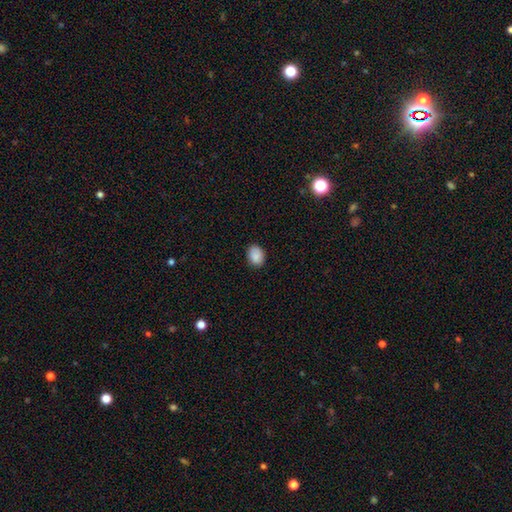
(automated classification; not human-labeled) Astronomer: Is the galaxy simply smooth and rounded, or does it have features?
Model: smooth — 89%.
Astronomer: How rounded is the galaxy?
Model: in between — 61% (runner-up: round, 38%).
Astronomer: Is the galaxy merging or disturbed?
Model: none — 86%.